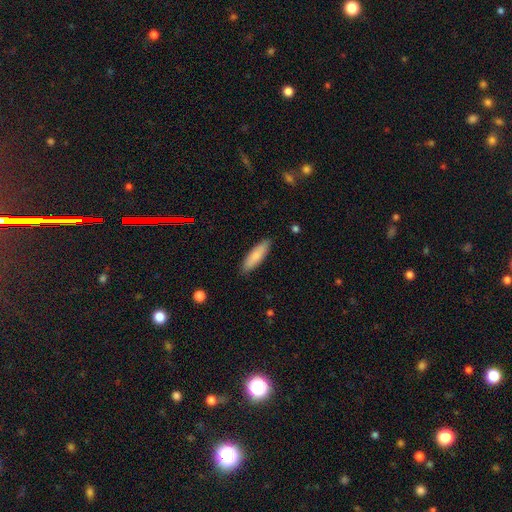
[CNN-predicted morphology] This is clearly a smooth galaxy (83%). How rounded: possibly cigar-shaped (56%). Merging: clearly none (88%).